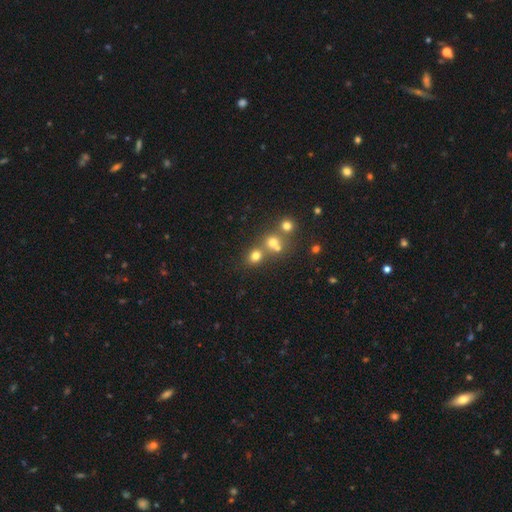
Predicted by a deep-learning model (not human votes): smooth-or-featured: smooth: 73% | star or artifact: 18% | featured or disk: 10%
  how-rounded: round: 75% | in between: 24% | cigar-shaped: 1%
  merging: none: 59% | merger: 29% | minor disturbance: 8% | major disturbance: 4%